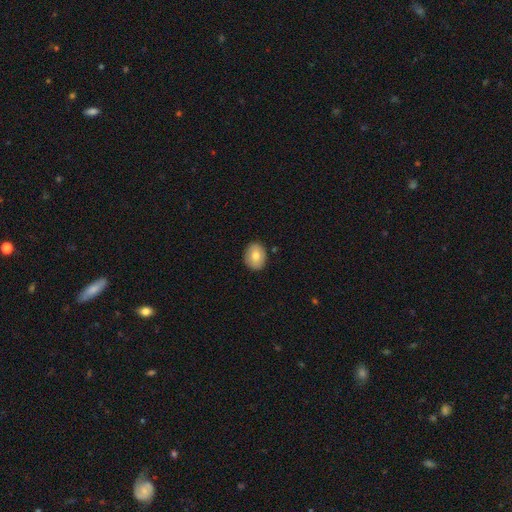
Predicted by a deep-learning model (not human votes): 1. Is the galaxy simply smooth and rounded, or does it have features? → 77% smooth, 16% featured or disk, 8% star or artifact.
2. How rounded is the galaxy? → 51% in between, 48% round, 1% cigar-shaped.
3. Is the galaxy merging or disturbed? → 87% none, 10% minor disturbance, 2% major disturbance, 2% merger.